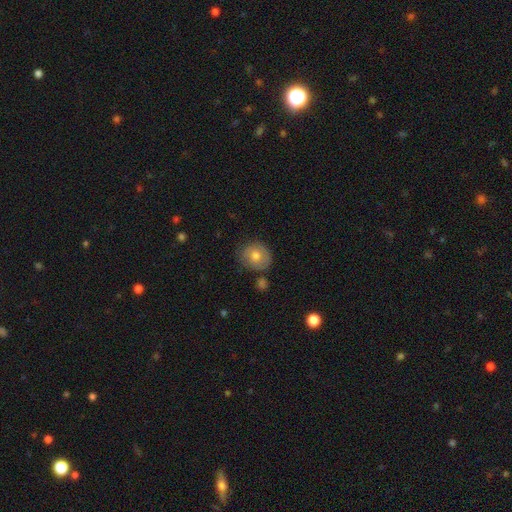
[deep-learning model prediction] This appears to be a smooth galaxy with no disk features (73%) that is round (80%). Merging: none (77%).